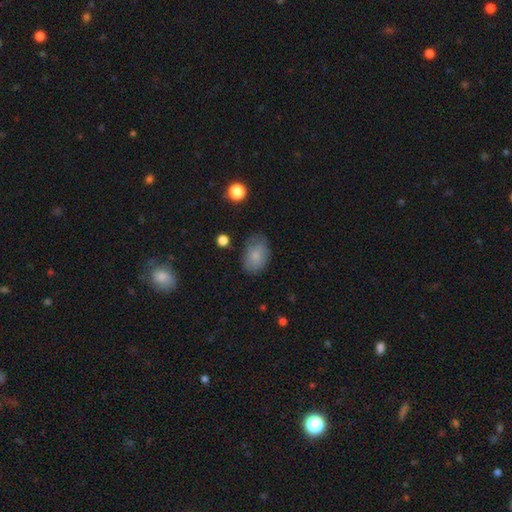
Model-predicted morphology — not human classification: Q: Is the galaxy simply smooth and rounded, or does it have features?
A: smooth — 79%.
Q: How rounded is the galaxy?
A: in between — 83%.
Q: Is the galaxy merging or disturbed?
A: none — 70%.